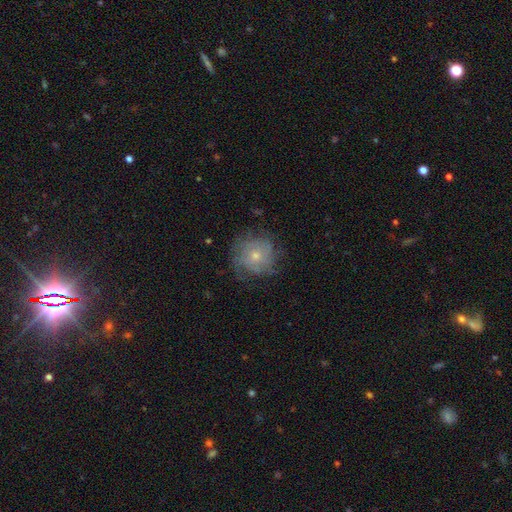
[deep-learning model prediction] A featured or disk galaxy (48%). Merging: none (67%).